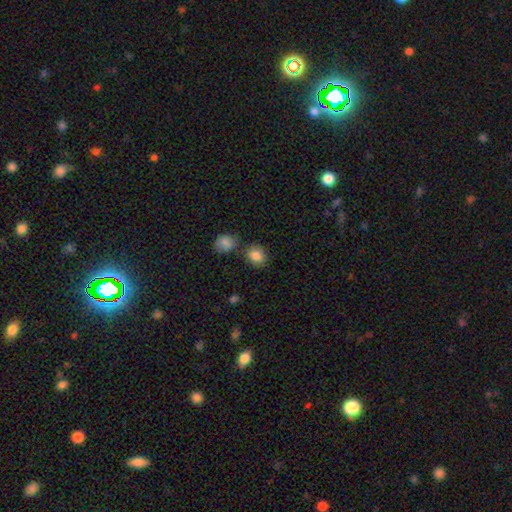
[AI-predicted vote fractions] A smooth galaxy with no disk features (85%) that is round (62%).

Vote fractions:
- Smooth or featured? smooth: 85% / star or artifact: 9% / featured or disk: 6%
- How rounded? round: 62% / in between: 37% / cigar-shaped: 1%
- Merging? none: 73% / minor disturbance: 13% / merger: 11% / major disturbance: 3%